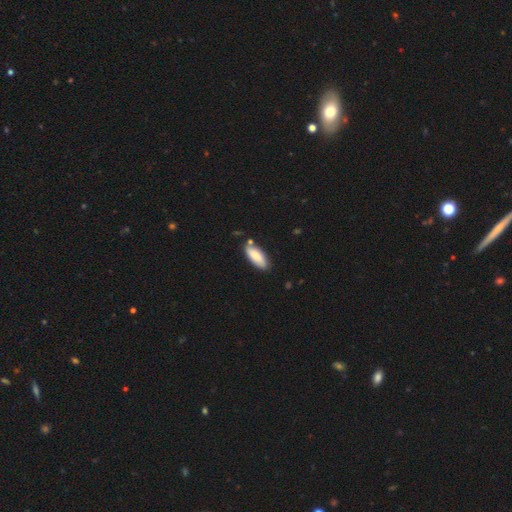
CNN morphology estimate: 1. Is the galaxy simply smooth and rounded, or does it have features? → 79% smooth, 15% featured or disk, 6% star or artifact.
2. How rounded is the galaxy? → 75% in between, 23% cigar-shaped, 2% round.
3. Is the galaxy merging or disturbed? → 76% none, 16% minor disturbance, 5% merger, 3% major disturbance.